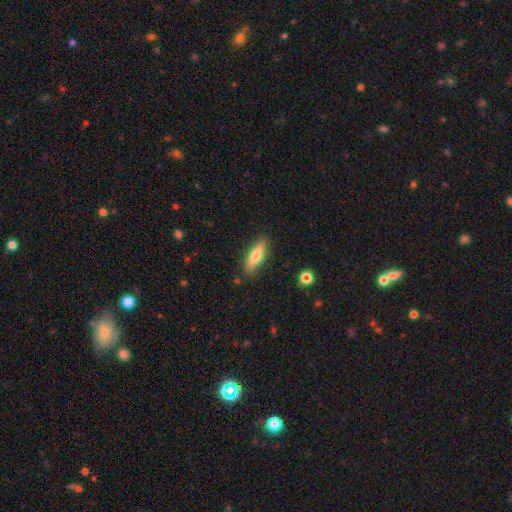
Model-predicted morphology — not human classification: Overall: smooth (65%; featured or disk 29%). How rounded: cigar-shaped (49%; in between 48%). Merging: none (84%).